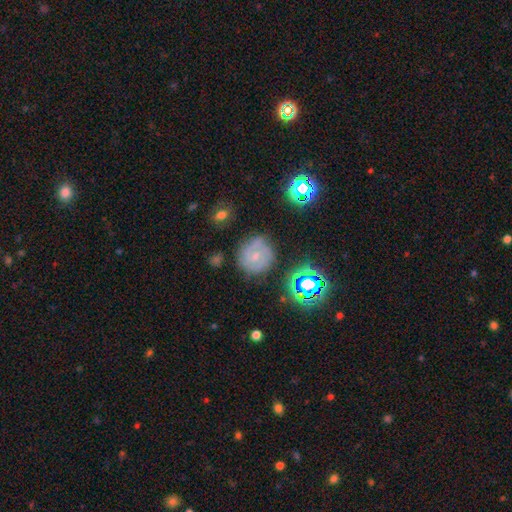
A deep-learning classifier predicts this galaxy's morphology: The model was most divided on "bar": weak: 45%, no: 42%, strong: 12%. More confident: edge-on disk — no (97%); spiral arms — yes (91%); merging — none (74%); spiral arm count — 2 (65%); smooth or featured — featured or disk (64%); bulge size — small (60%); spiral winding — tight (58%).